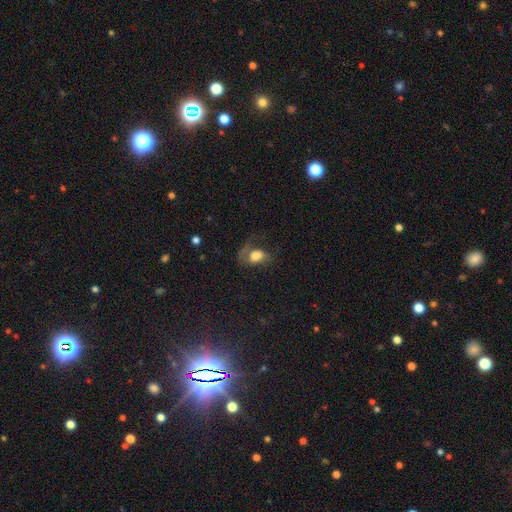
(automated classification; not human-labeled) Smooth or featured? smooth (63%)
How rounded? in between (83%)
Merging? major disturbance (41%)